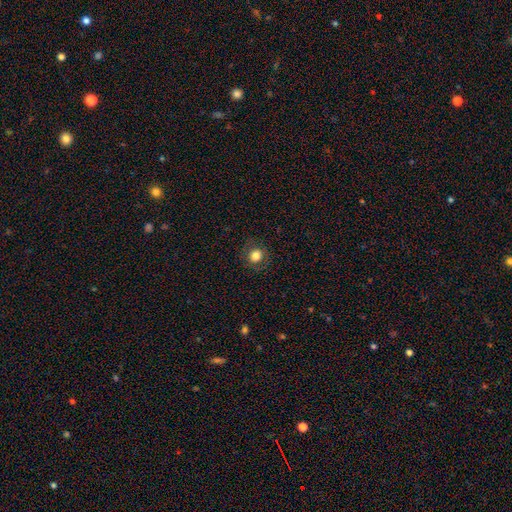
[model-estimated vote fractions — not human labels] smooth-or-featured: smooth: 79% | star or artifact: 11% | featured or disk: 10%
  how-rounded: round: 84% | in between: 15% | cigar-shaped: 1%
  merging: none: 86% | minor disturbance: 9% | major disturbance: 4% | merger: 1%